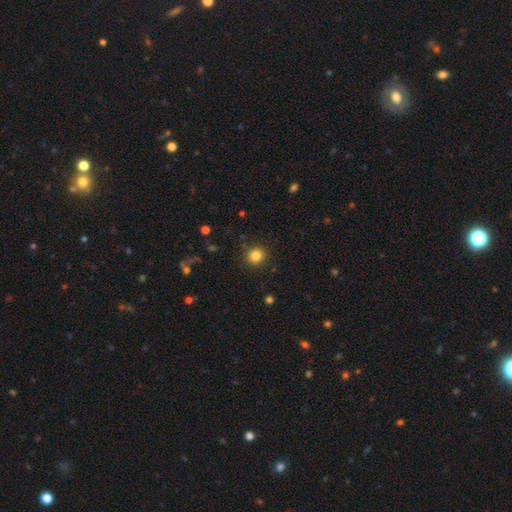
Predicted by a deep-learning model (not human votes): Smooth or featured? smooth (83%)
How rounded? round (85%)
Merging? none (89%)